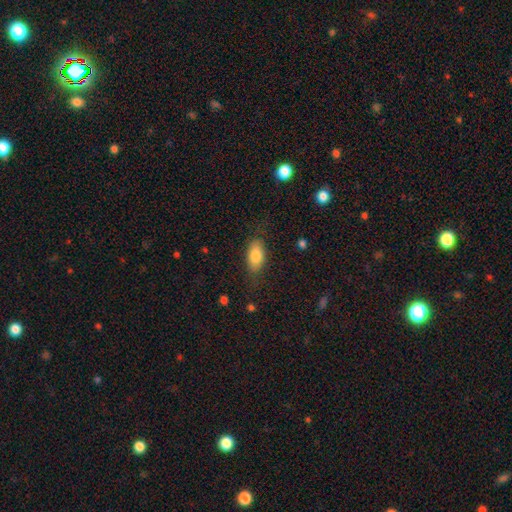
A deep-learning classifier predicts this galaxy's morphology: A smooth galaxy with no disk features (82%) that is in between round and cigar-shaped (88%).

Vote fractions:
- Smooth or featured? smooth: 82% / featured or disk: 11% / star or artifact: 7%
- How rounded? in between: 88% / cigar-shaped: 8% / round: 4%
- Merging? none: 79% / minor disturbance: 15% / major disturbance: 5% / merger: 1%